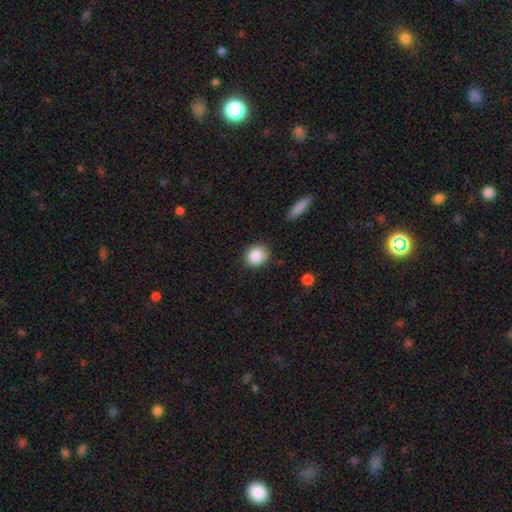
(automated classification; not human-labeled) Smooth or featured? smooth (87%)
How rounded? round (75%)
Merging? none (83%)